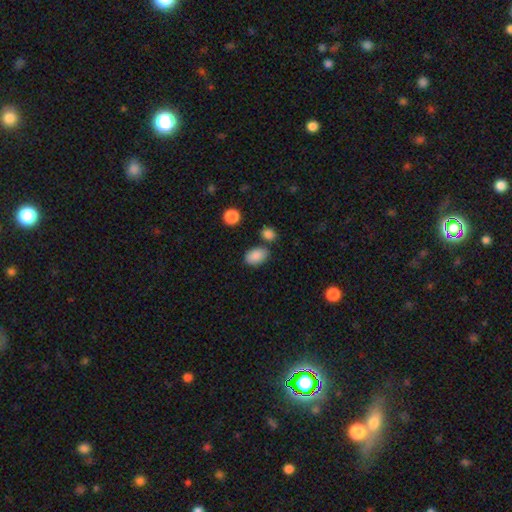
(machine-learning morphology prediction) smooth 87%, star or artifact 8%, featured or disk 5%. Down the decision tree: how rounded — in between (89%); merging — none (73%).